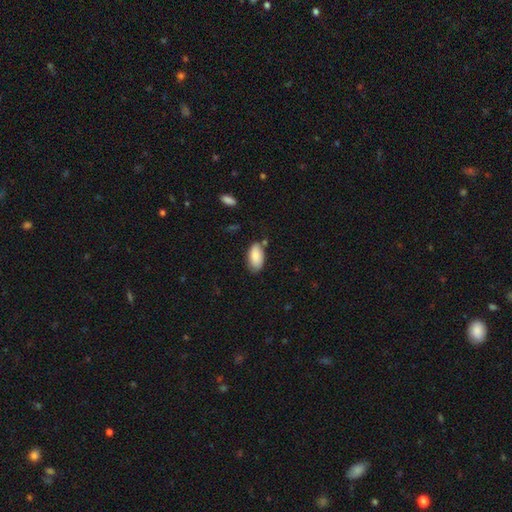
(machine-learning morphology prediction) Smooth or featured? Predicted: smooth (p=0.87). How rounded? Predicted: in between (p=0.93). Merging? Predicted: none (p=0.71).